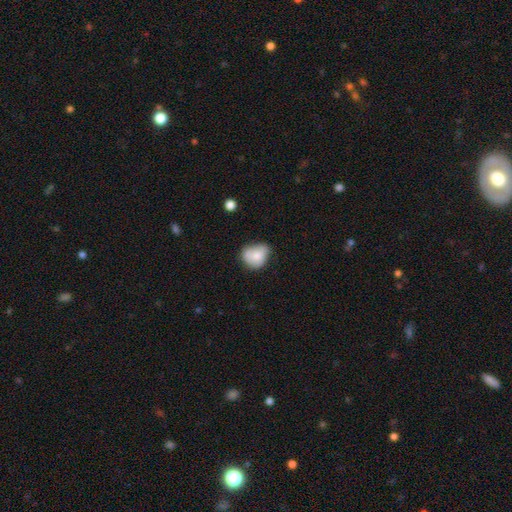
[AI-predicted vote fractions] The model was most divided on "merging": none: 46%, minor disturbance: 39%, major disturbance: 11%, merger: 4%. More confident: smooth or featured — smooth (73%); how rounded — round (60%).